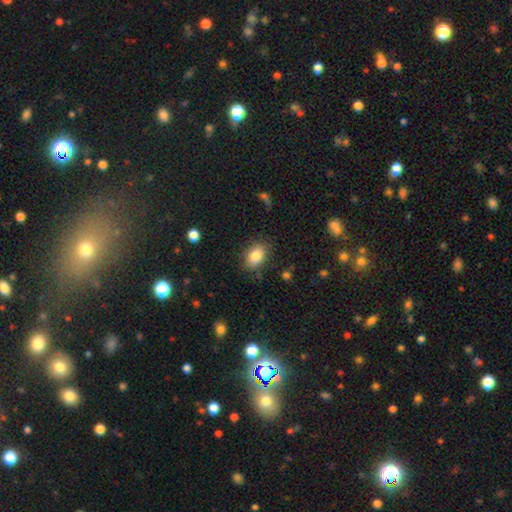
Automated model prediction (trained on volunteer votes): smooth_or_featured: smooth (p=0.84) [alt: star or artifact p=0.08]
how_rounded: in between (p=0.86) [alt: round p=0.13]
merging: none (p=0.81) [alt: minor disturbance p=0.13]